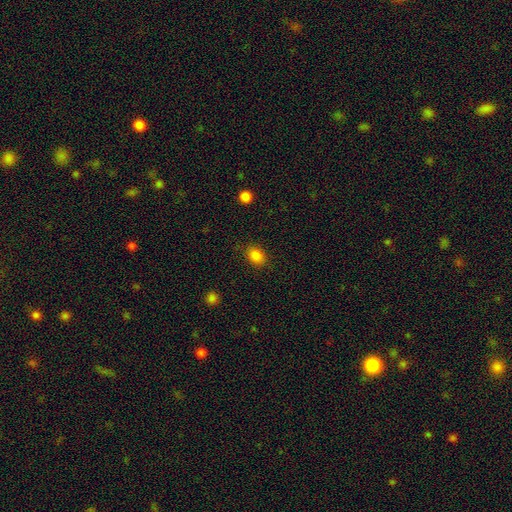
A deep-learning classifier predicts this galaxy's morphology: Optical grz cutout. It shows a smooth galaxy with no disk features (85%) that is in between round and cigar-shaped (68%). Merging: none (84%).